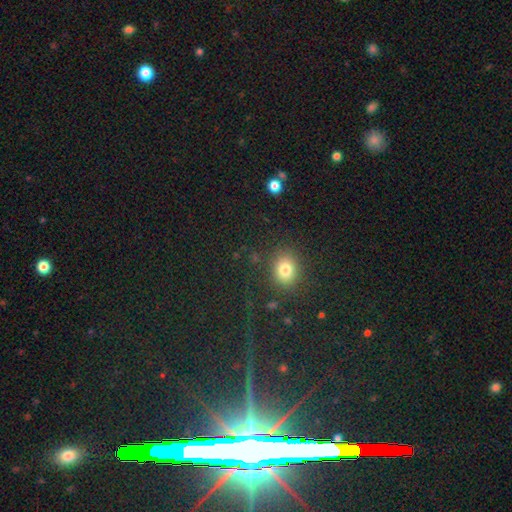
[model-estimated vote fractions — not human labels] smooth_or_featured: smooth (p=0.44) [tied with: star or artifact p=0.44]
merging: none (p=0.85) [alt: minor disturbance p=0.09]